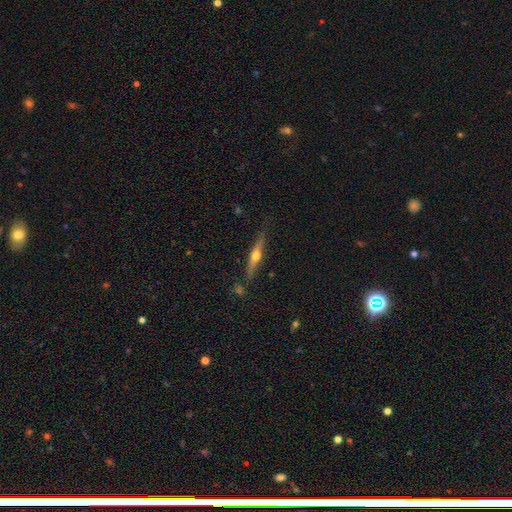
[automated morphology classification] Smooth or featured? featured or disk (63%)
Edge-on disk? yes (95%)
Edge-on bulge? rounded (92%)
Merging? none (80%)